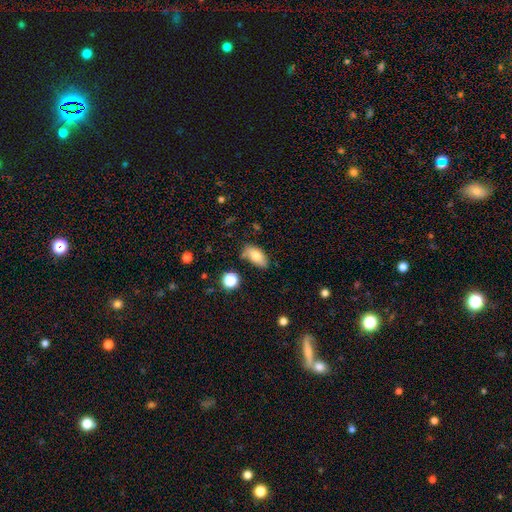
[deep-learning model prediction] Q: Smooth or featured?
A: smooth (76%); runner-up: featured or disk (15%)
Q: How rounded?
A: in between (89%); runner-up: cigar-shaped (6%)
Q: Merging?
A: none (67%); runner-up: minor disturbance (22%)